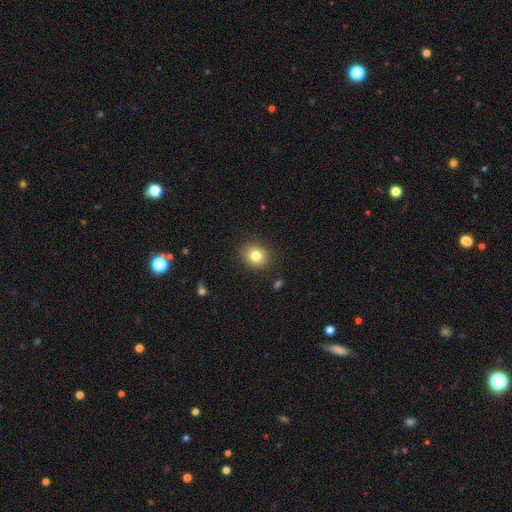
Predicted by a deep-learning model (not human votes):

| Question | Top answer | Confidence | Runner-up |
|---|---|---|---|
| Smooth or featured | smooth | 81% | star or artifact (11%) |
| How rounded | round | 70% | in between (29%) |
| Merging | none | 88% | minor disturbance (9%) |